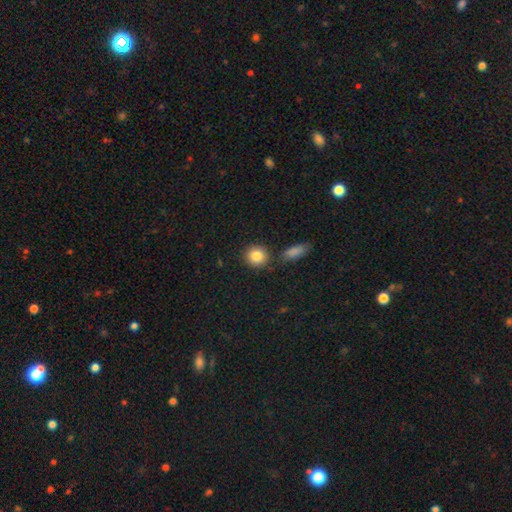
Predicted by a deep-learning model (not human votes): A smooth galaxy with no disk features (85%) that is round (85%).

Vote fractions:
- Smooth or featured? smooth: 85% / star or artifact: 8% / featured or disk: 7%
- How rounded? round: 85% / in between: 13% / cigar-shaped: 1%
- Merging? none: 80% / minor disturbance: 9% / merger: 8% / major disturbance: 3%